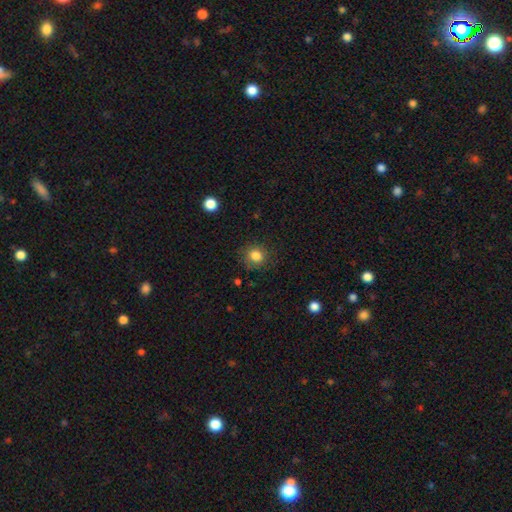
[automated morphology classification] Smooth or featured: smooth — 83% (star or artifact — 11%)
How rounded: round — 84% (in between — 15%)
Merging: none — 82% (minor disturbance — 13%)